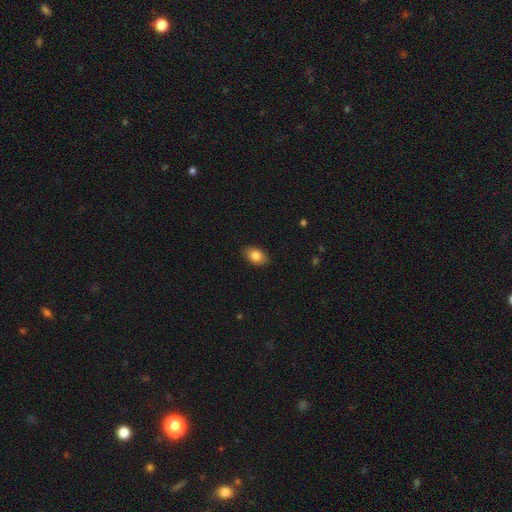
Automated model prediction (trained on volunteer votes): Morphology: type=smooth (84%); roundness=in between (86%); merging=none (87%).